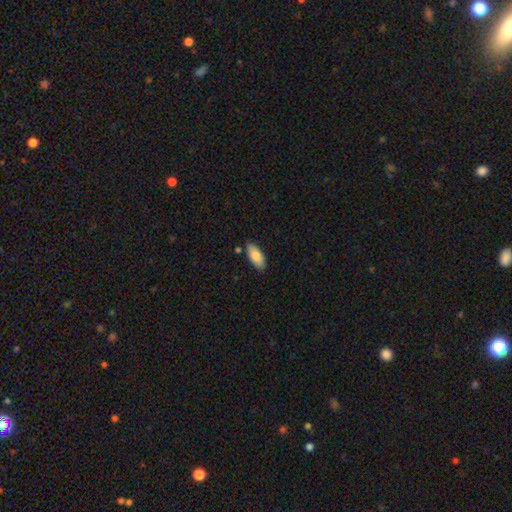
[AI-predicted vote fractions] Morphology: type=smooth (79%); roundness=in between (87%); merging=none (81%).